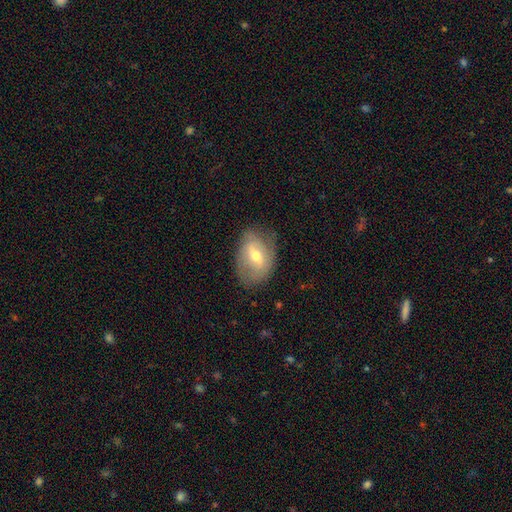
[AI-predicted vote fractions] Smooth or featured: featured or disk — 51% (smooth — 41%)
Edge-on disk: no — 91% (yes — 9%)
Merging: none — 67% (minor disturbance — 24%)